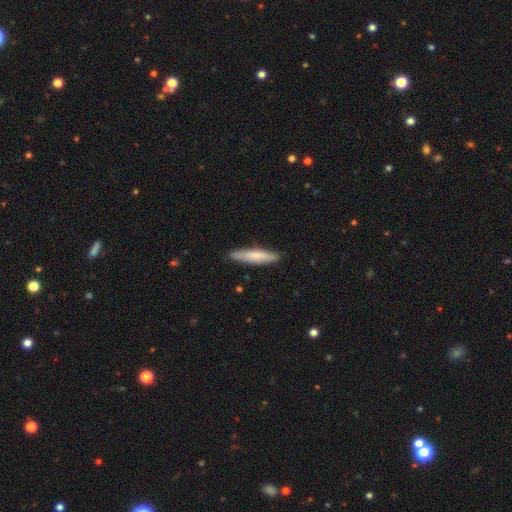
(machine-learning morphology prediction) smooth-or-featured: smooth: 74% | featured or disk: 20% | star or artifact: 5%
  how-rounded: cigar-shaped: 84% | in between: 15% | round: 1%
  merging: none: 87% | minor disturbance: 10% | major disturbance: 2% | merger: 1%